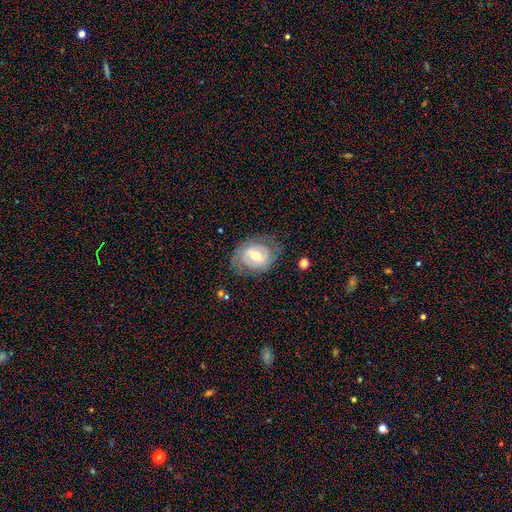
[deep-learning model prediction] Q: Smooth or featured?
A: featured or disk (69%); runner-up: smooth (24%)
Q: Edge-on disk?
A: no (96%); runner-up: yes (4%)
Q: Bar?
A: weak (47%); runner-up: no (30%)
Q: Spiral arms?
A: yes (70%); runner-up: no (30%)
Q: Bulge size?
A: moderate (74%); runner-up: small (17%)
Q: Merging?
A: none (71%); runner-up: minor disturbance (19%)